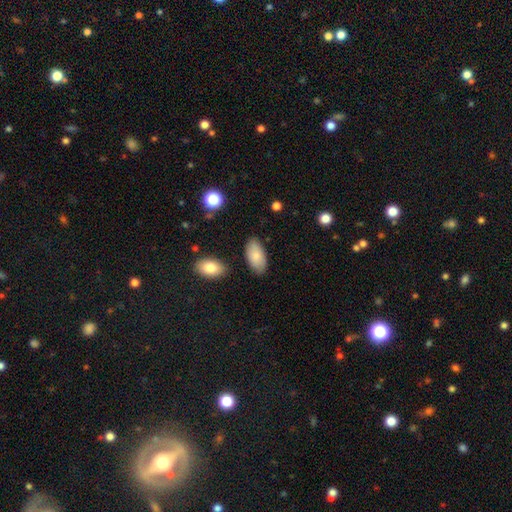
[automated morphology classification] Smooth or featured?
  - smooth: 83% *
  - featured or disk: 11%
  - star or artifact: 6%
How rounded?
  - in between: 95% *
  - cigar-shaped: 2%
  - round: 2%
Merging?
  - none: 82% *
  - minor disturbance: 13%
  - major disturbance: 3%
  - merger: 3%